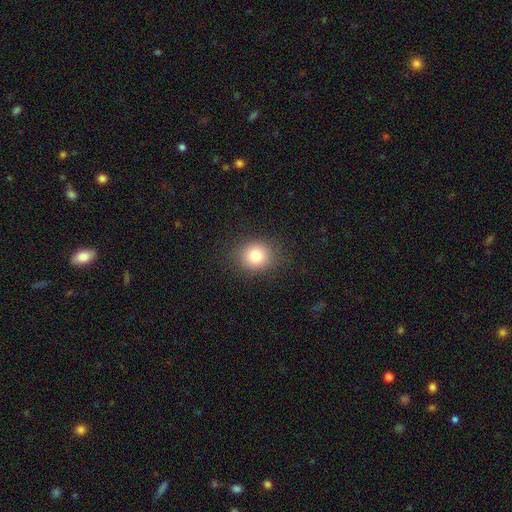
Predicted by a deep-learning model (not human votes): A smooth galaxy with no disk features (79%) that is round (77%).

Vote fractions:
- Smooth or featured? smooth: 79% / star or artifact: 12% / featured or disk: 9%
- How rounded? round: 77% / in between: 22% / cigar-shaped: 1%
- Merging? none: 87% / minor disturbance: 9% / major disturbance: 3% / merger: 1%